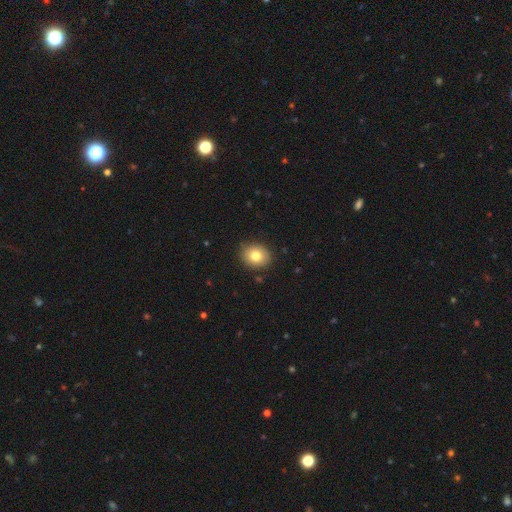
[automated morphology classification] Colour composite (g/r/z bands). It shows a smooth galaxy with no disk features (80%) that is round (63%). Merging: none (87%).